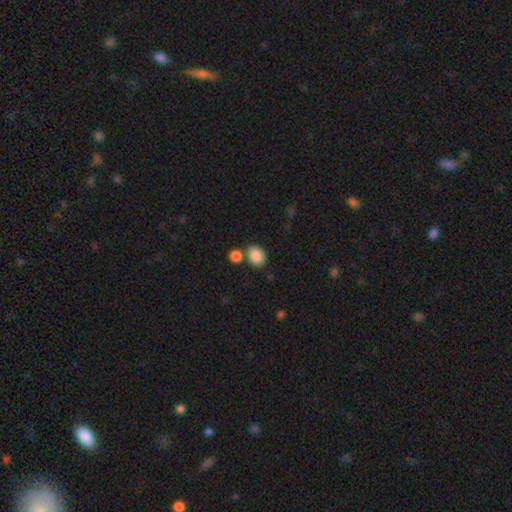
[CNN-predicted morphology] Q: Smooth or featured?
A: smooth (87%); runner-up: star or artifact (8%)
Q: How rounded?
A: in between (68%); runner-up: round (31%)
Q: Merging?
A: none (65%); runner-up: merger (19%)